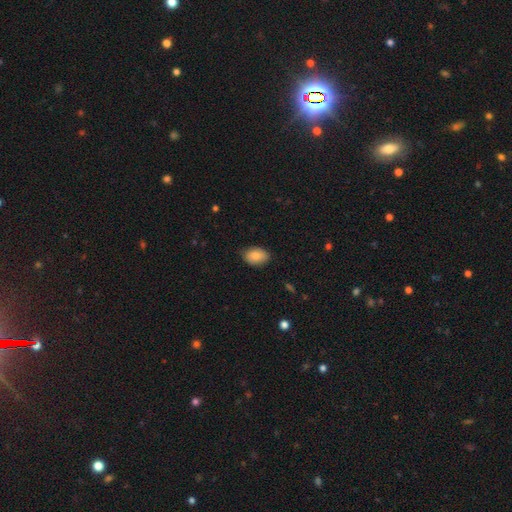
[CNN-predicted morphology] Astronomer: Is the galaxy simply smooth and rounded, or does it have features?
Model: smooth — 82%.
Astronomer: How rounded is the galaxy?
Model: in between — 85%.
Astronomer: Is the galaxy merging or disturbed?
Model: none — 81%.